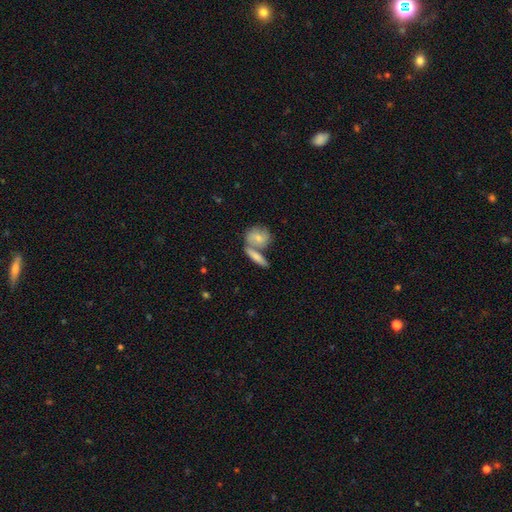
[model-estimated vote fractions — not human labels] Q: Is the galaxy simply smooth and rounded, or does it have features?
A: smooth — 51%.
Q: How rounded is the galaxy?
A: cigar-shaped — 45%.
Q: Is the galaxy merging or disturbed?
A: none — 47%.